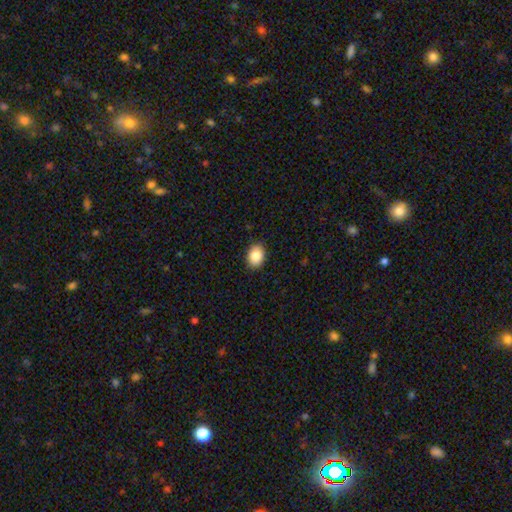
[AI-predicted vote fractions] Smooth or featured? Predicted: smooth (p=0.86). How rounded? Predicted: in between (p=0.72). Merging? Predicted: none (p=0.88).